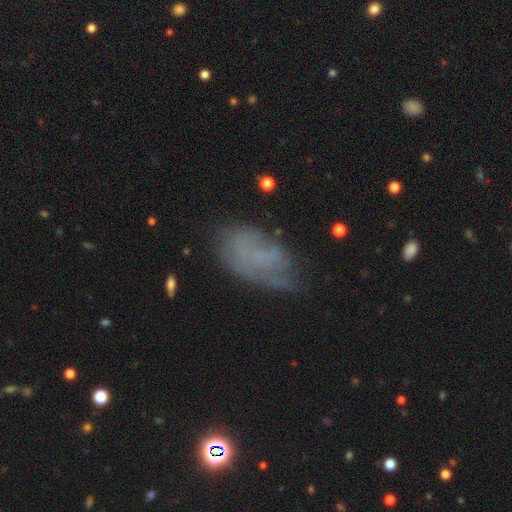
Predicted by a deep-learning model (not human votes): Morphology: type=smooth (46%); merging=none (53%).